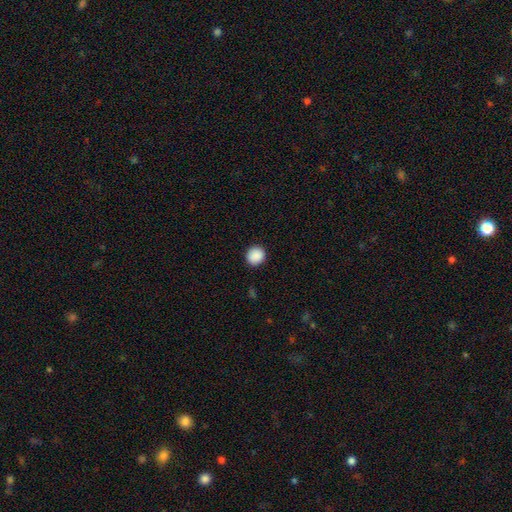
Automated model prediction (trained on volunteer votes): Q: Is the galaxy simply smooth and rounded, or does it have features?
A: smooth — 90%.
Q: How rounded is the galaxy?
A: round — 89%.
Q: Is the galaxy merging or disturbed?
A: none — 91%.